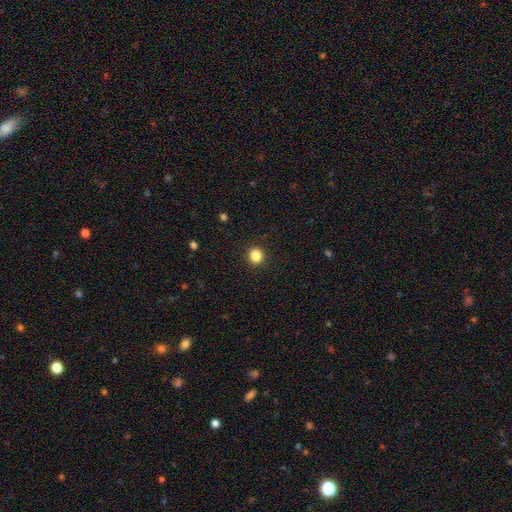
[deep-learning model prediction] A smooth galaxy with no disk features (85%) that is round (92%). Merging: none (92%).